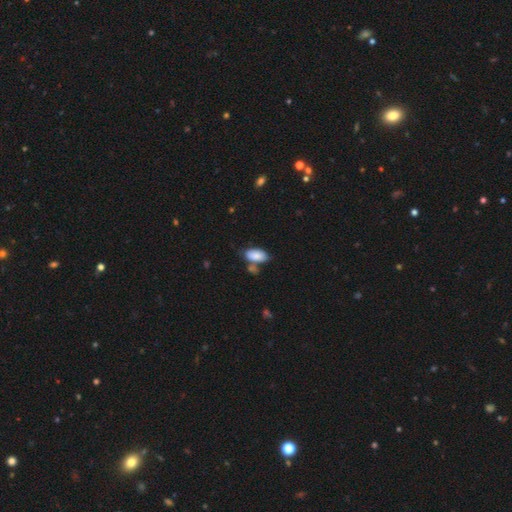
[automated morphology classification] Smooth or featured? smooth (86%)
How rounded? in between (94%)
Merging? none (59%)